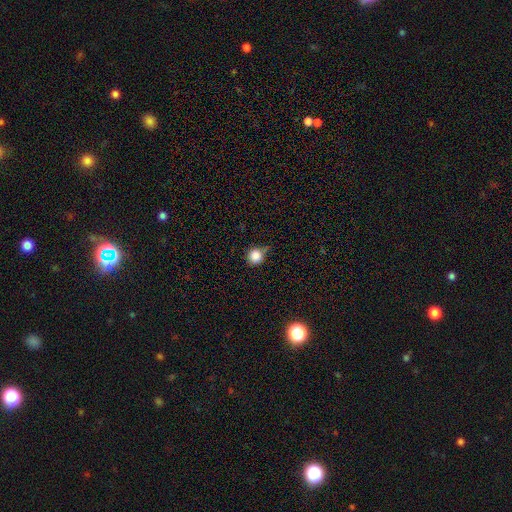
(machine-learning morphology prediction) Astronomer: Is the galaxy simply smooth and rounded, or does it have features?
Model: smooth — 84%.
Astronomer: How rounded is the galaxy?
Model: round — 93%.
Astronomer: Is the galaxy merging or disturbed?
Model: none — 66%.